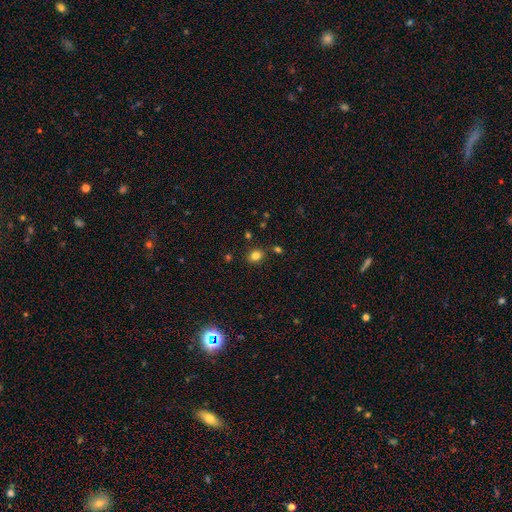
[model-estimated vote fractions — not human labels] Q: Smooth or featured?
A: smooth (81%); runner-up: star or artifact (14%)
Q: How rounded?
A: round (56%); runner-up: in between (43%)
Q: Merging?
A: none (83%); runner-up: minor disturbance (10%)